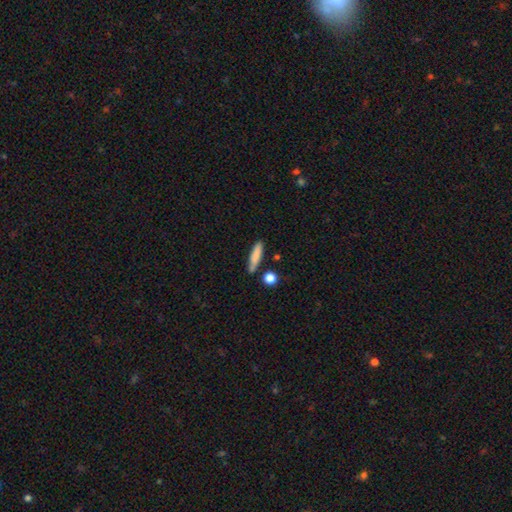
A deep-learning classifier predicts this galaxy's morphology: A smooth galaxy with no disk features (82%) that is cigar-shaped (79%). Merging: none (76%).